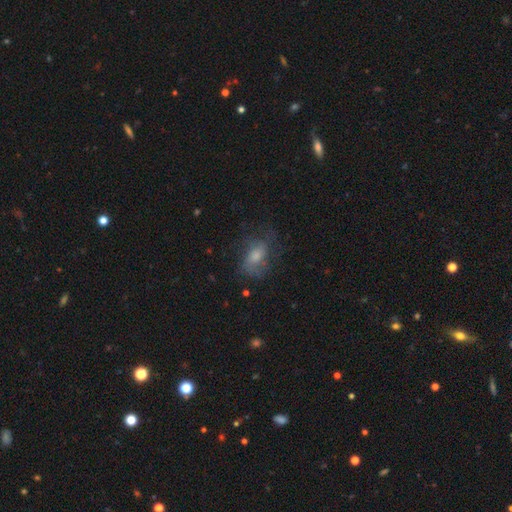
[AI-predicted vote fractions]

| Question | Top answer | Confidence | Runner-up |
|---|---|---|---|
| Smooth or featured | smooth | 43% | featured or disk (41%) |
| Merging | none | 59% | minor disturbance (23%) |